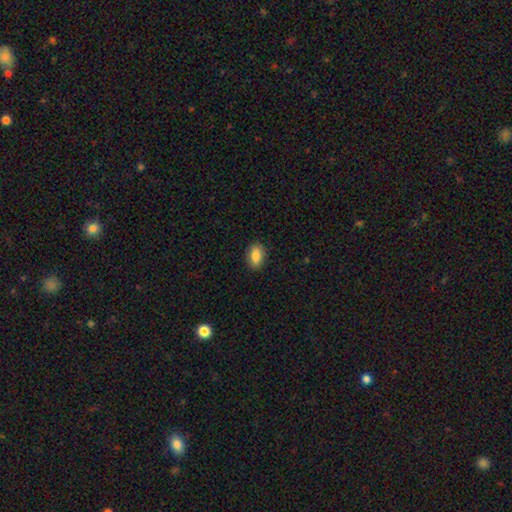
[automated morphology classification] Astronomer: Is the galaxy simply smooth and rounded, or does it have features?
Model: smooth — 84%.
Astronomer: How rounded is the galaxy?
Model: in between — 86%.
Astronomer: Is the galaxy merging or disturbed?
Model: none — 87%.